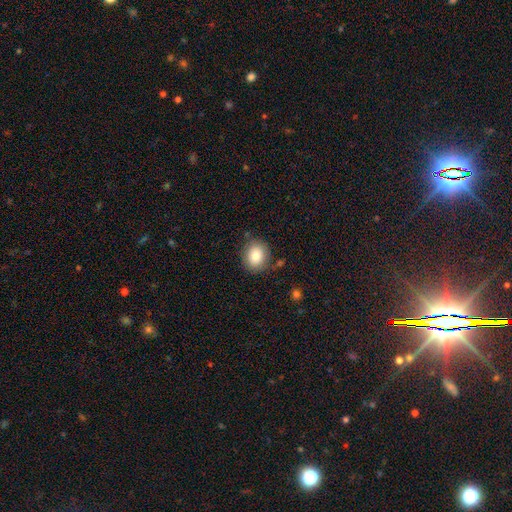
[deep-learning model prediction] smooth_or_featured: smooth (p=0.83) [alt: star or artifact p=0.09]
how_rounded: round (p=0.60) [alt: in between p=0.39]
merging: none (p=0.81) [alt: minor disturbance p=0.13]